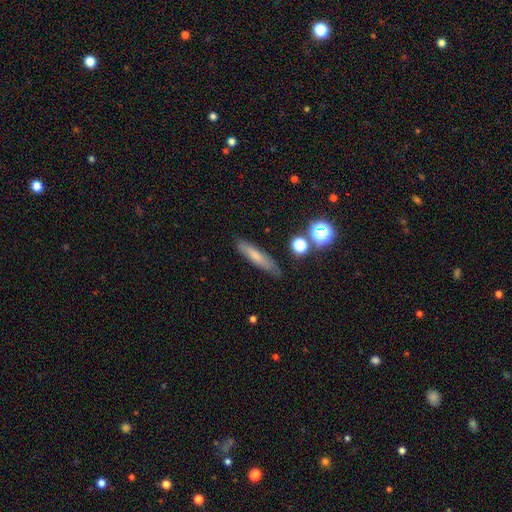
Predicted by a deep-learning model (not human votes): Smooth or featured? smooth (67%)
How rounded? cigar-shaped (81%)
Merging? none (81%)